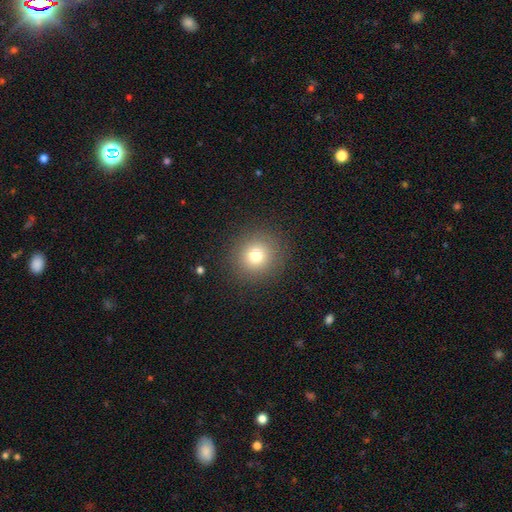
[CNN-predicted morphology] This appears to be a smooth galaxy with no disk features (76%) that is round (93%). Merging: none (90%).